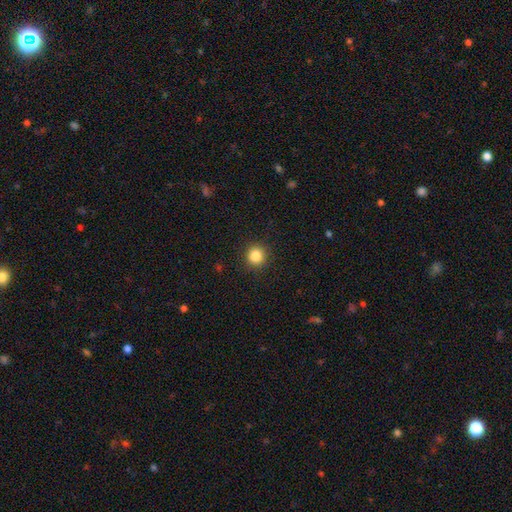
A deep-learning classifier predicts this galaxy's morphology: Smooth or featured: smooth — 85% (star or artifact — 11%)
How rounded: round — 92% (in between — 7%)
Merging: none — 91% (minor disturbance — 6%)